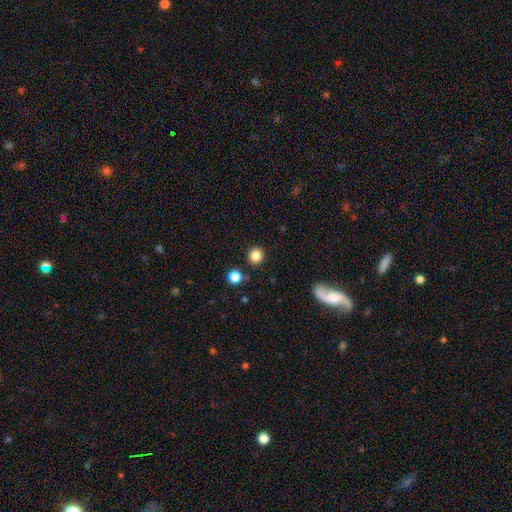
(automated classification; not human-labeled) smooth-or-featured: smooth: 85% | star or artifact: 11% | featured or disk: 4%
  how-rounded: round: 92% | in between: 7% | cigar-shaped: 1%
  merging: none: 88% | minor disturbance: 6% | merger: 4% | major disturbance: 2%